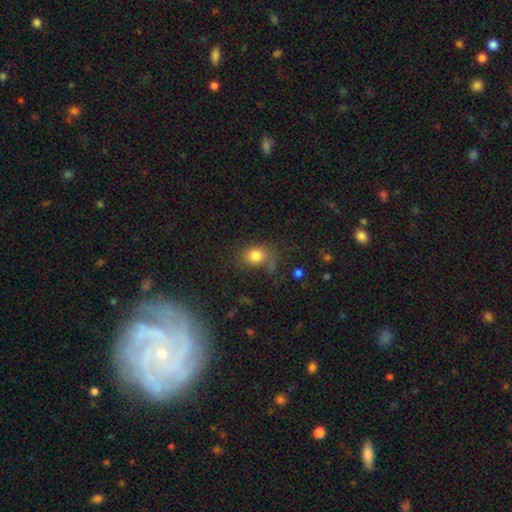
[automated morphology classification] smooth 81%, star or artifact 12%, featured or disk 8%. Down the decision tree: how rounded — round (58%); merging — none (56%).